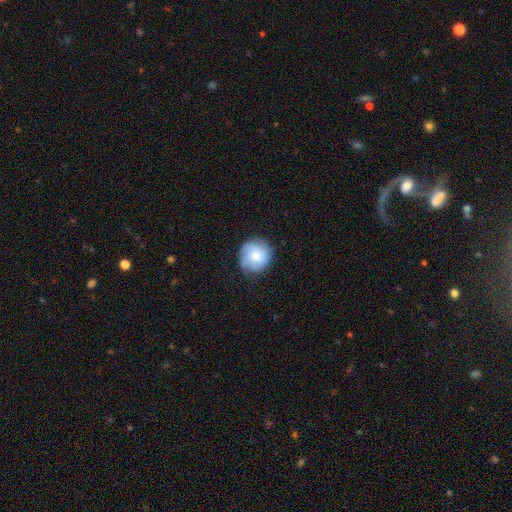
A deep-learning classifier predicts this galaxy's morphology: This appears to be a smooth galaxy with no disk features (68%) that is round (92%). Merging: none (80%).